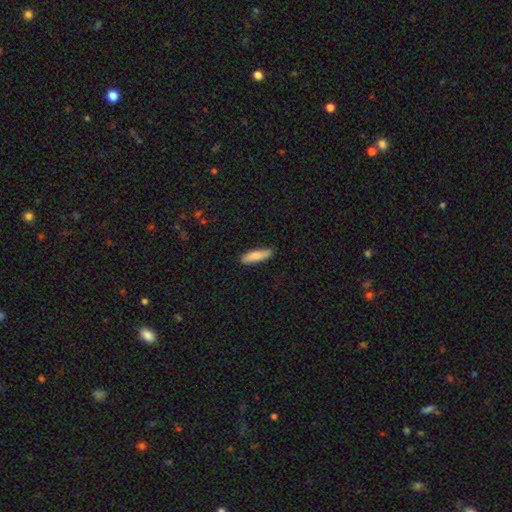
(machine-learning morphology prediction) A smooth galaxy with no disk features (83%) that is cigar-shaped (67%). Merging: none (84%).